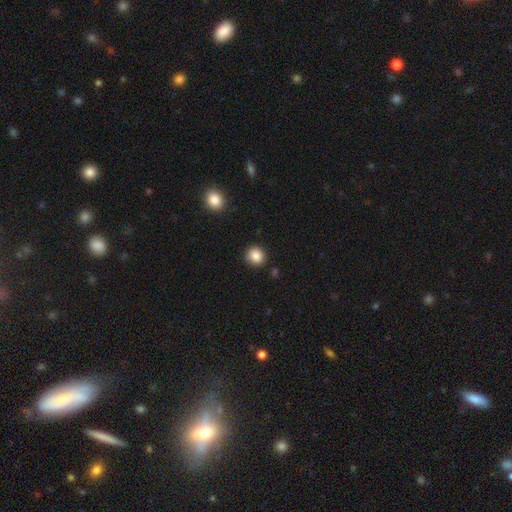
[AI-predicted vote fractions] Morphology: type=smooth (86%); roundness=round (88%); merging=none (90%).